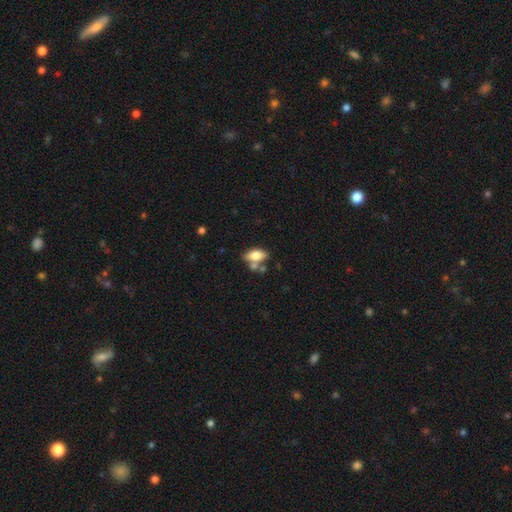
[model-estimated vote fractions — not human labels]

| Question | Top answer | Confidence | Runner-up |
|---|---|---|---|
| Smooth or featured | smooth | 73% | featured or disk (19%) |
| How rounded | in between | 87% | cigar-shaped (8%) |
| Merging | none | 57% | merger (23%) |